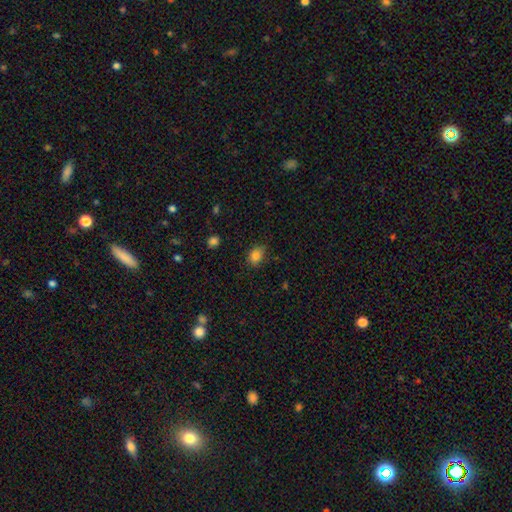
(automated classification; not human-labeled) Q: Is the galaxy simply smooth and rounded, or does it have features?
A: smooth — 83%.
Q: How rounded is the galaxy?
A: in between — 66%.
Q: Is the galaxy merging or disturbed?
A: none — 74%.